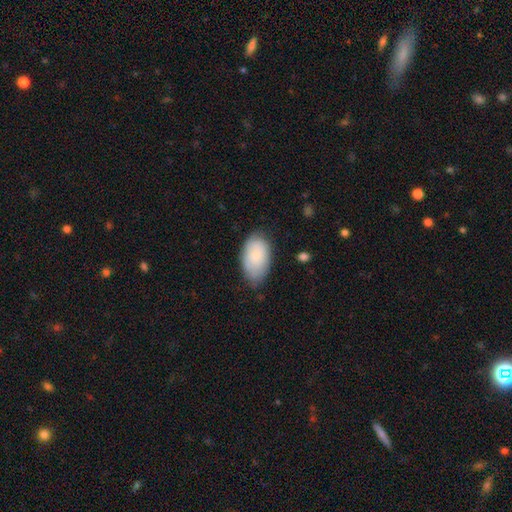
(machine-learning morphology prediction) smooth-or-featured: smooth: 76% | featured or disk: 17% | star or artifact: 7%
  how-rounded: in between: 94% | round: 5% | cigar-shaped: 1%
  merging: none: 66% | minor disturbance: 27% | major disturbance: 5% | merger: 2%